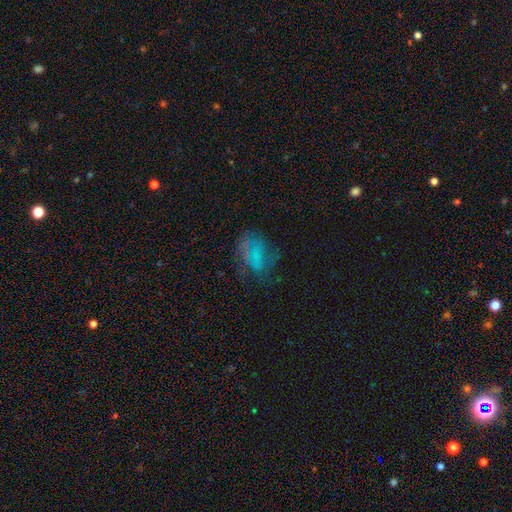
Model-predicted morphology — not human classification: This is marginally a featured or disk galaxy (41%, tied with smooth). Merging: possibly none (47%).